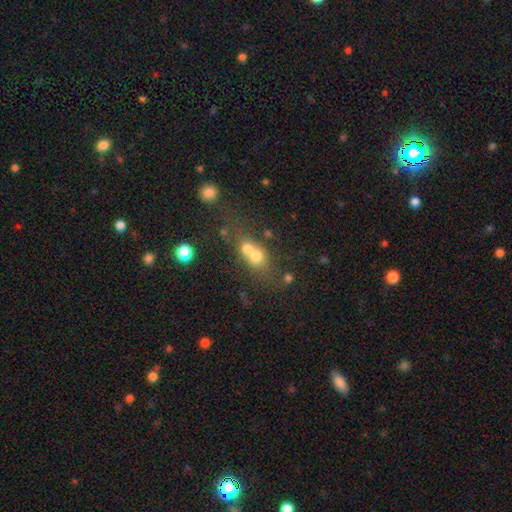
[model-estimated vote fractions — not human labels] This is likely a smooth galaxy (65%). How rounded: possibly round (59%). Merging: likely merger (62%).